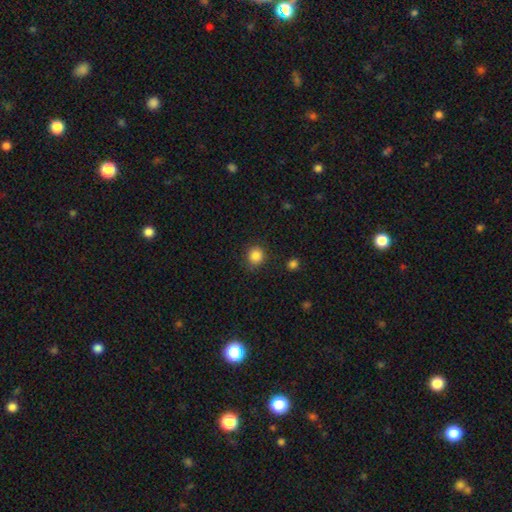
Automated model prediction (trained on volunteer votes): The model was most divided on "merging": none: 85%, minor disturbance: 11%, major disturbance: 3%, merger: 2%. More confident: how rounded — round (87%); smooth or featured — smooth (85%).